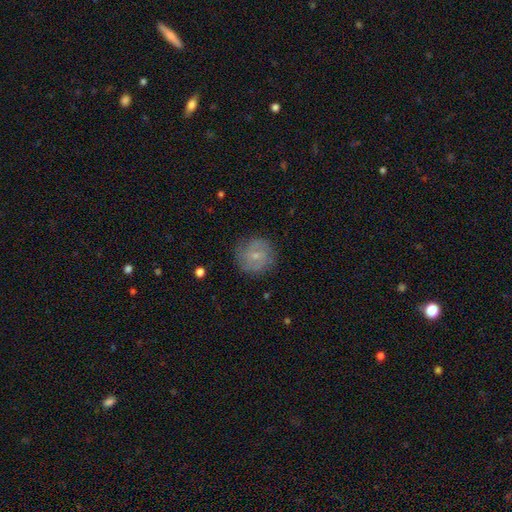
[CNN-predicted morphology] Smooth or featured: featured or disk — 49% (smooth — 43%)
Merging: none — 79% (minor disturbance — 15%)